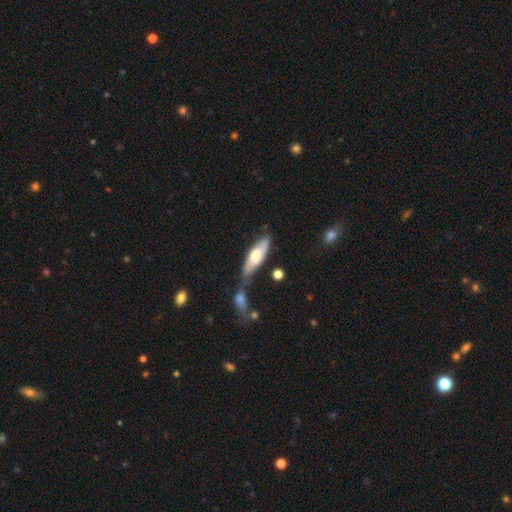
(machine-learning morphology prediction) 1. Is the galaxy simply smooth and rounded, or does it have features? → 51% smooth, 43% featured or disk, 6% star or artifact.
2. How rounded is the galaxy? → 52% in between, 46% cigar-shaped, 2% round.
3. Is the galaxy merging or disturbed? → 40% none, 34% merger, 18% minor disturbance, 8% major disturbance.